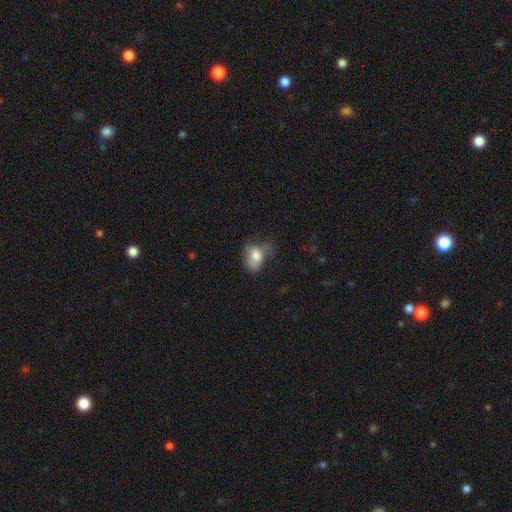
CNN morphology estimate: Smooth or featured? smooth (75%)
How rounded? in between (79%)
Merging? minor disturbance (35%)